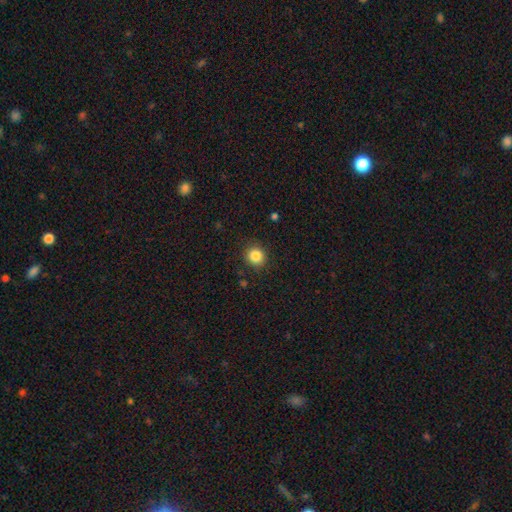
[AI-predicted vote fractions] Overall: smooth (85%). How rounded: round (88%). Merging: none (88%).